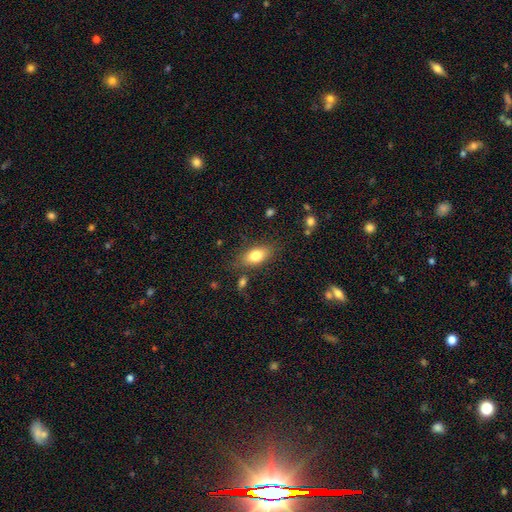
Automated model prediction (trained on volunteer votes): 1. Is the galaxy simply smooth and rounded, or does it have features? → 78% smooth, 15% featured or disk, 8% star or artifact.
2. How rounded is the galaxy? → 85% in between, 8% cigar-shaped, 7% round.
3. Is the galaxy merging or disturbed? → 77% none, 15% minor disturbance, 4% major disturbance, 4% merger.